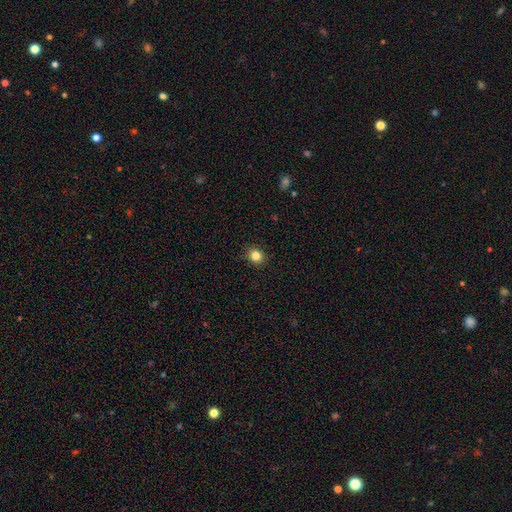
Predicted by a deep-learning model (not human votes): Overall: smooth (84%). How rounded: round (77%). Merging: none (90%).